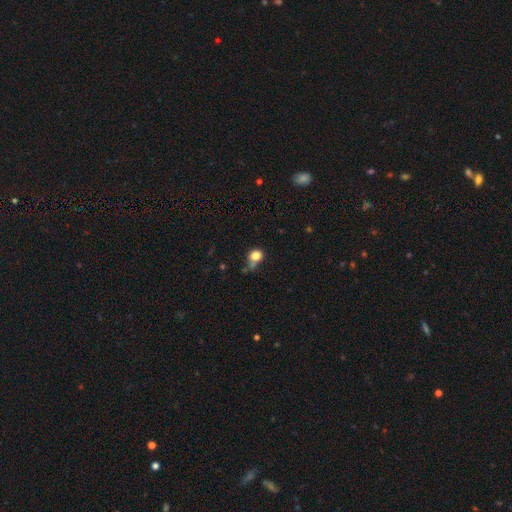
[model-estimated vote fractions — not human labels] Smooth or featured?
  - smooth: 80% *
  - star or artifact: 12%
  - featured or disk: 9%
How rounded?
  - round: 76% *
  - in between: 23%
  - cigar-shaped: 1%
Merging?
  - none: 44% *
  - minor disturbance: 25%
  - merger: 16%
  - major disturbance: 15%